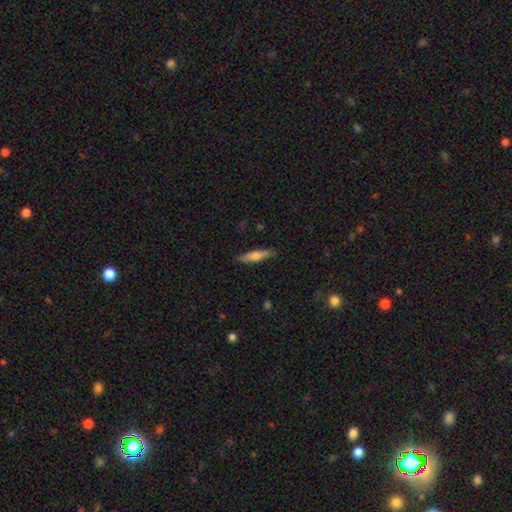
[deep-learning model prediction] This is likely a smooth galaxy (61%). How rounded: likely cigar-shaped (80%). Merging: clearly none (87%).